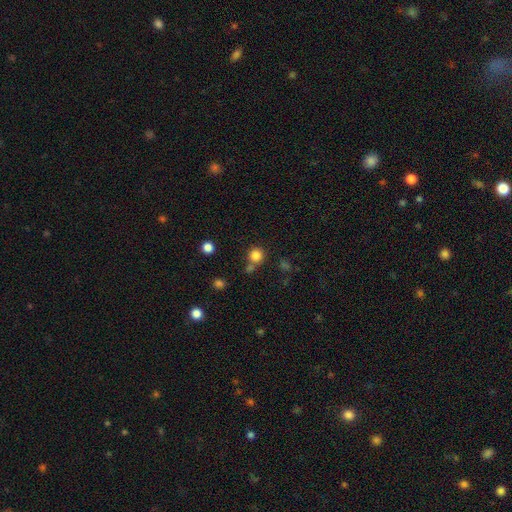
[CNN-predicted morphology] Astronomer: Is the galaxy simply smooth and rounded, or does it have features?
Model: smooth — 82%.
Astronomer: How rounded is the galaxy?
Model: round — 92%.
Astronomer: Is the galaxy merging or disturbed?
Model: none — 67%.